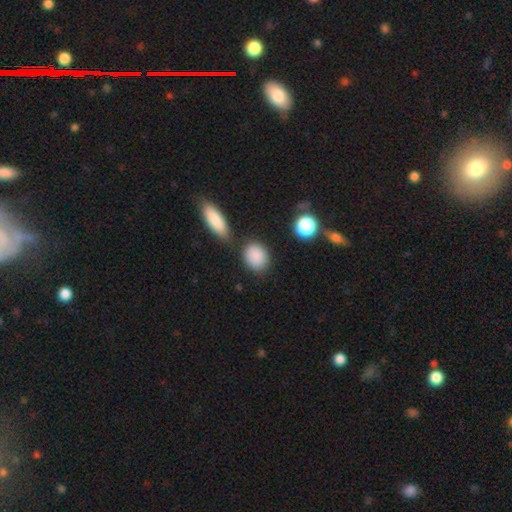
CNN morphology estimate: A smooth galaxy with no disk features (87%) that is in between round and cigar-shaped (52%).

Vote fractions:
- Smooth or featured? smooth: 87% / star or artifact: 8% / featured or disk: 4%
- How rounded? in between: 52% / round: 46% / cigar-shaped: 3%
- Merging? none: 74% / minor disturbance: 12% / merger: 10% / major disturbance: 4%